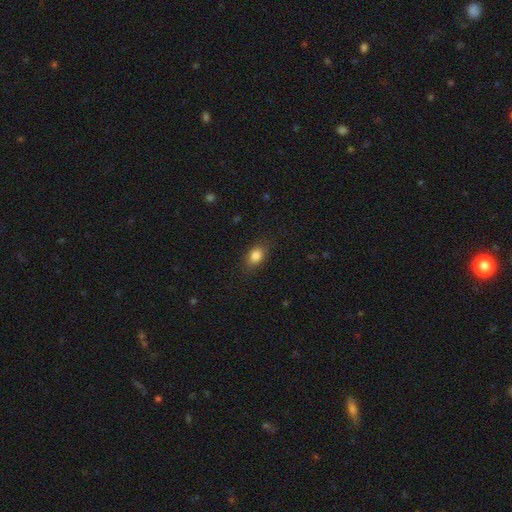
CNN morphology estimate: smooth 83%, star or artifact 9%, featured or disk 8%. Down the decision tree: how rounded — in between (79%); merging — none (83%).